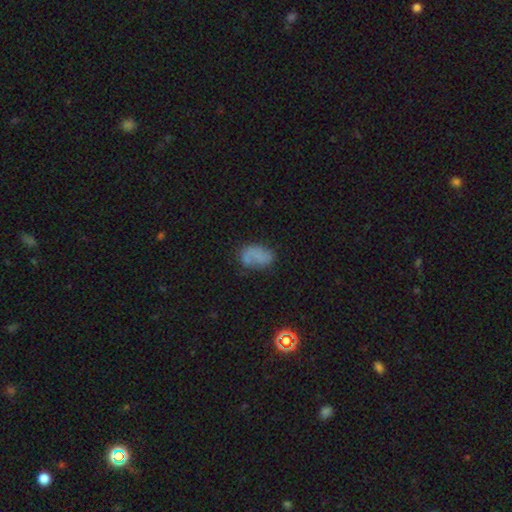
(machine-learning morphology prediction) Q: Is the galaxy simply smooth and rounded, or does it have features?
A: smooth — 59%.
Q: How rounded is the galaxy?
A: in between — 84%.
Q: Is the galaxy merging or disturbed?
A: none — 52%.